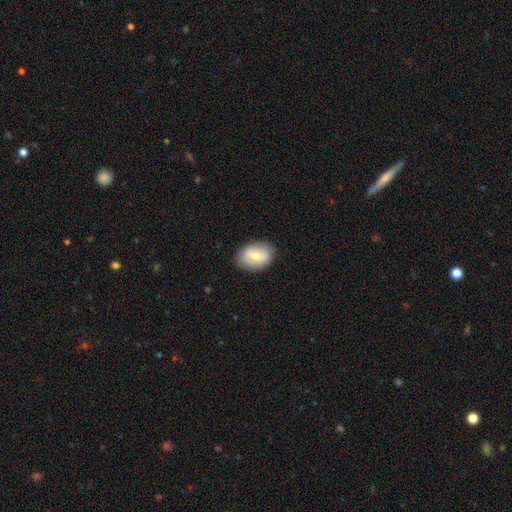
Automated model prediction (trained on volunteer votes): The model was most divided on "smooth or featured": smooth: 63%, featured or disk: 30%, star or artifact: 7%. More confident: merging — none (84%); how rounded — in between (79%).